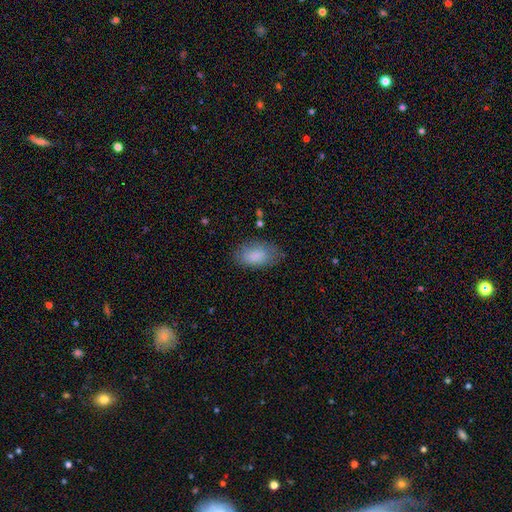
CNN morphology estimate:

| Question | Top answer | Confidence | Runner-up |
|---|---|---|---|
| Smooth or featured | smooth | 85% | featured or disk (8%) |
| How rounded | in between | 93% | round (5%) |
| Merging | none | 72% | minor disturbance (20%) |